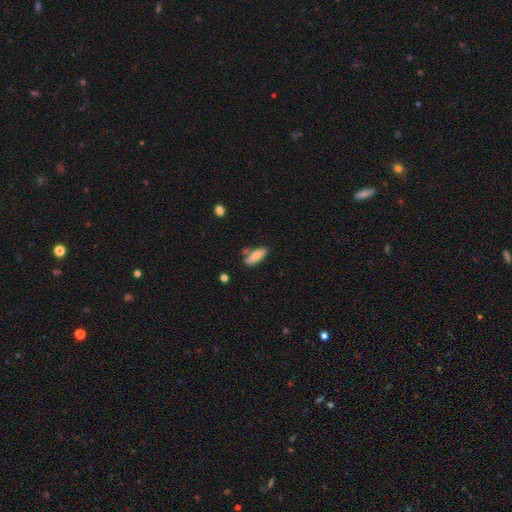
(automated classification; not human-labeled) Morphology: type=smooth (80%); roundness=in between (71%); merging=none (70%).